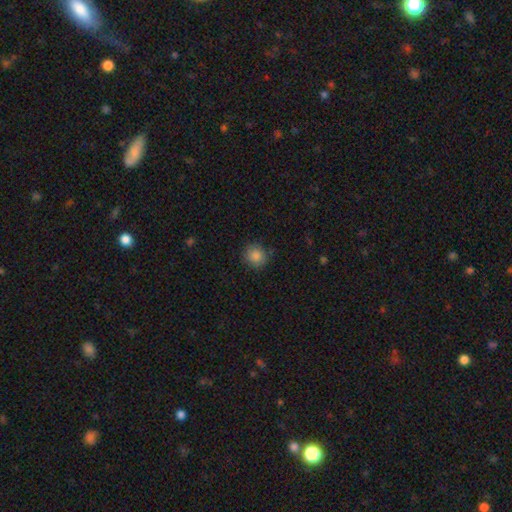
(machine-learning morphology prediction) The model was most divided on "merging": none: 85%, minor disturbance: 11%, major disturbance: 3%, merger: 1%. More confident: how rounded — round (90%); smooth or featured — smooth (86%).